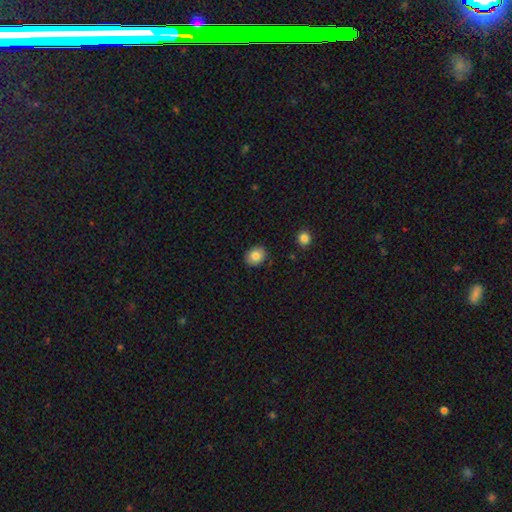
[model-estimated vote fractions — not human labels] Morphology: type=smooth (83%); roundness=round (58%); merging=none (87%).